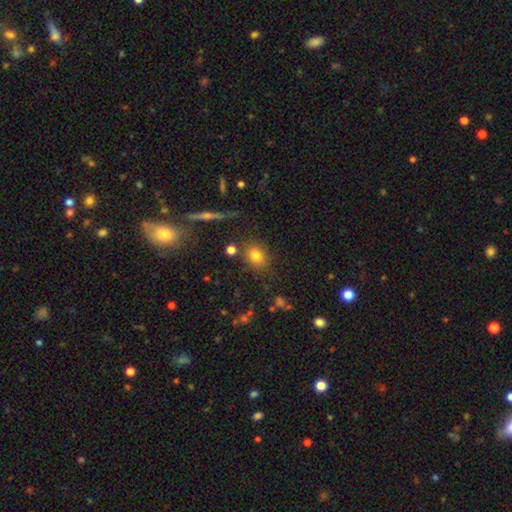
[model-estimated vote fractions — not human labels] This appears to be a smooth galaxy with no disk features (77%) that is round (55%). Merging: none (79%).